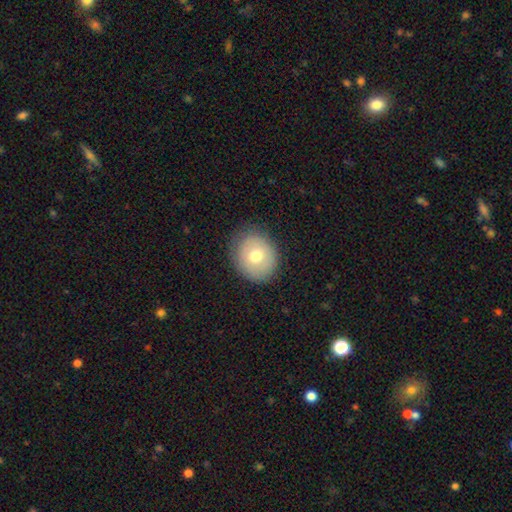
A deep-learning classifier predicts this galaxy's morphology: Q: Smooth or featured?
A: smooth (70%); runner-up: featured or disk (22%)
Q: How rounded?
A: round (71%); runner-up: in between (28%)
Q: Merging?
A: none (82%); runner-up: minor disturbance (13%)